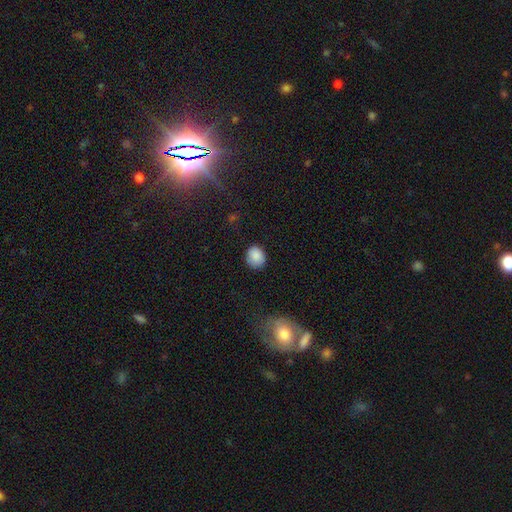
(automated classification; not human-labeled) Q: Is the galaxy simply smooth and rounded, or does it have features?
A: smooth — 88%.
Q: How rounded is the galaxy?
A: round — 68%.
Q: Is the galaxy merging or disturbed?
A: none — 81%.